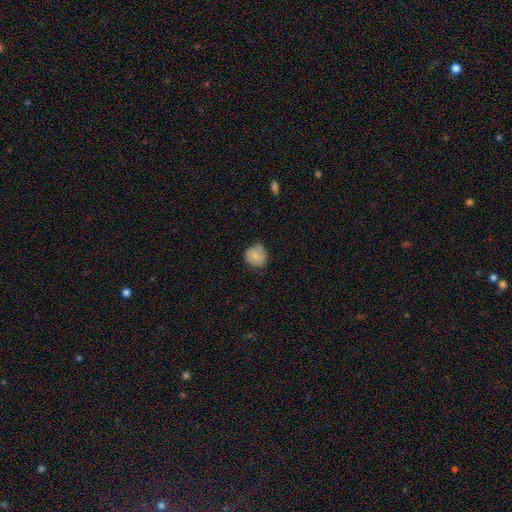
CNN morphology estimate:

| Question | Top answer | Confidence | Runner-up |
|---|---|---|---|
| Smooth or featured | smooth | 79% | featured or disk (13%) |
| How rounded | round | 84% | in between (15%) |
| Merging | none | 66% | minor disturbance (28%) |